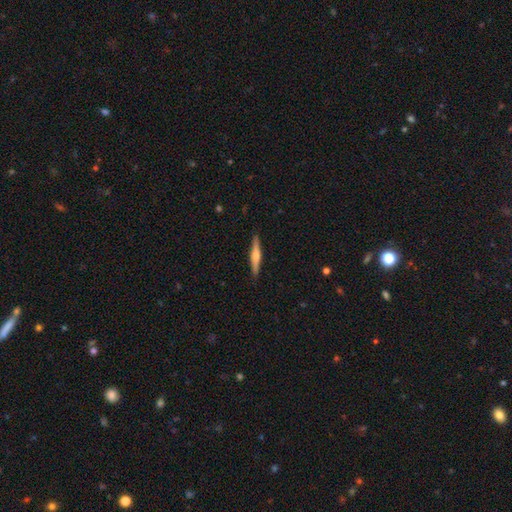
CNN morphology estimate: smooth_or_featured: featured or disk (p=0.61) [alt: smooth p=0.33]
disk_edge_on: yes (p=0.98) [alt: no p=0.02]
edge_on_bulge: rounded (p=0.86) [alt: boxy p=0.07]
merging: none (p=0.91) [alt: minor disturbance p=0.06]